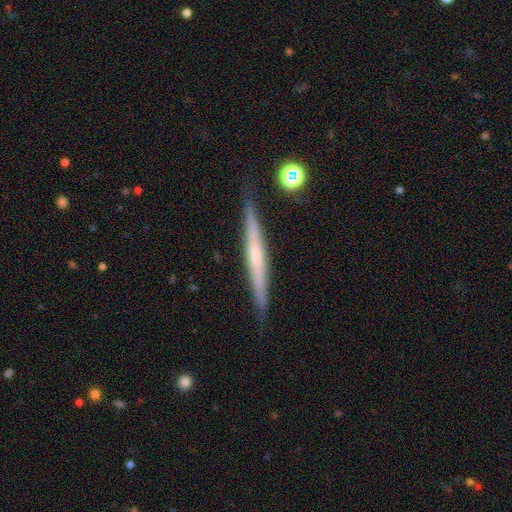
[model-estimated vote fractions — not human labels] Overall: featured or disk (60%; smooth 33%). Edge-on disk: yes (96%). Edge-on bulge: none (62%; rounded 30%). Merging: none (87%).